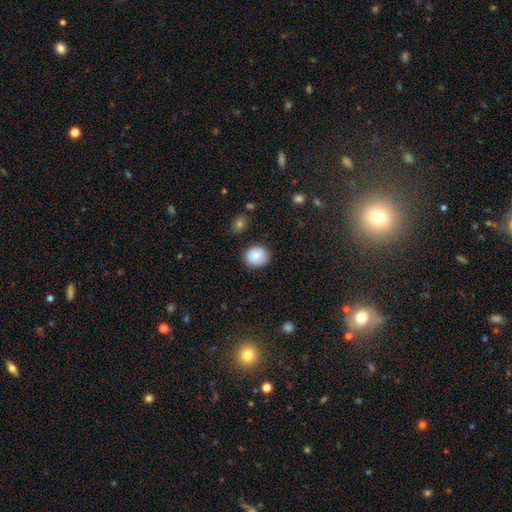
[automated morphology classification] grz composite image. It shows a smooth galaxy with no disk features (87%) that is round (72%). Merging: none (83%).